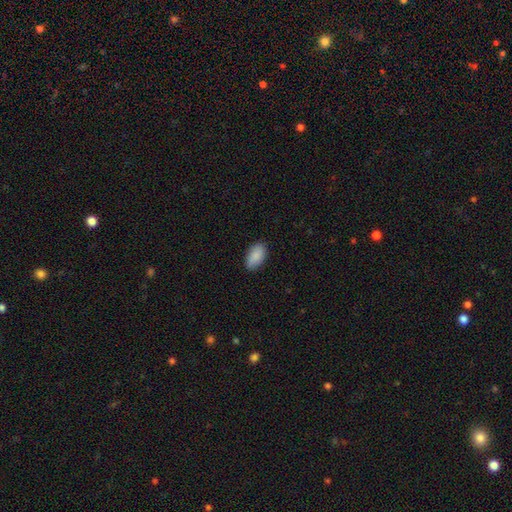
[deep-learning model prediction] This is clearly a smooth galaxy (88%). How rounded: clearly in between (94%). Merging: clearly none (84%).